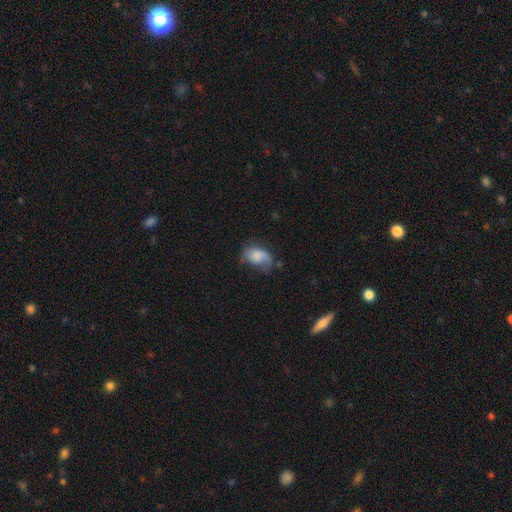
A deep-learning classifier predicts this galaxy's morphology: Smooth or featured?
  - smooth: 60% *
  - featured or disk: 32%
  - star or artifact: 8%
How rounded?
  - in between: 85% *
  - round: 13%
  - cigar-shaped: 2%
Merging?
  - none: 39% *
  - minor disturbance: 33%
  - major disturbance: 24%
  - merger: 3%